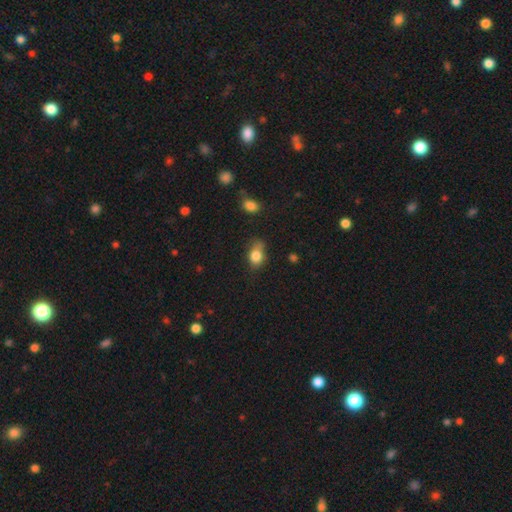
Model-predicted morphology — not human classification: Smooth or featured? Predicted: smooth (p=0.80). How rounded? Predicted: in between (p=0.64). Merging? Predicted: none (p=0.50).